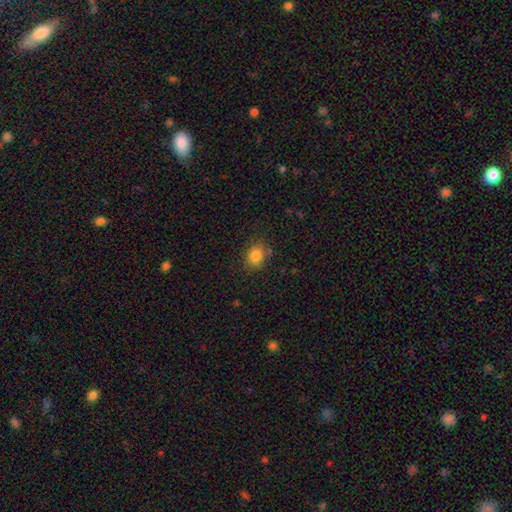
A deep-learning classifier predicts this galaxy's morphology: Q: Smooth or featured?
A: smooth (84%); runner-up: star or artifact (11%)
Q: How rounded?
A: round (62%); runner-up: in between (37%)
Q: Merging?
A: none (79%); runner-up: minor disturbance (14%)